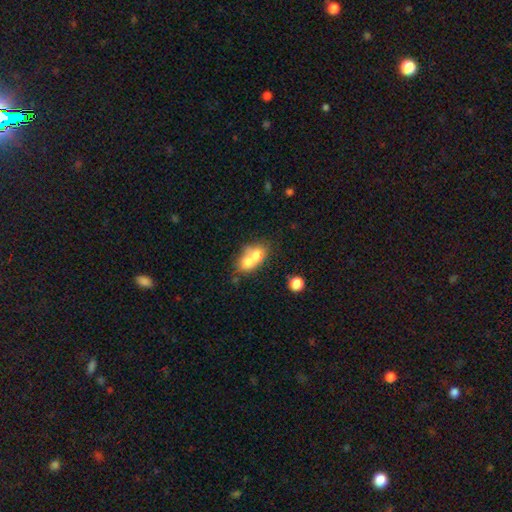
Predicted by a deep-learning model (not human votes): Smooth or featured? Predicted: smooth (p=0.67). How rounded? Predicted: round (p=0.49, tied with in between). Merging? Predicted: merger (p=0.70).